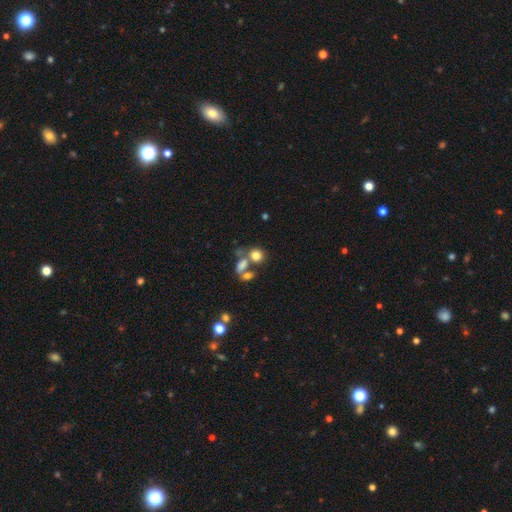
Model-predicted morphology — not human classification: This appears to be a smooth galaxy with no disk features (75%) that is round (68%). Merging: none (41%).